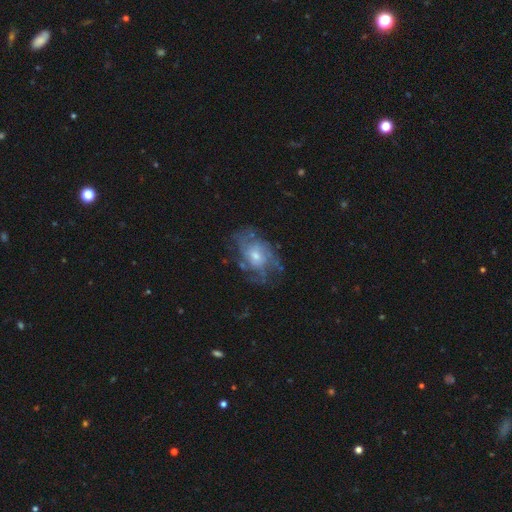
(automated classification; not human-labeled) Q: Smooth or featured?
A: featured or disk (74%); runner-up: smooth (17%)
Q: Edge-on disk?
A: no (96%); runner-up: yes (4%)
Q: Bar?
A: no (75%); runner-up: weak (21%)
Q: Spiral arms?
A: yes (80%); runner-up: no (20%)
Q: Spiral winding?
A: tight (40%); tied with: medium (40%)
Q: Spiral arm count?
A: can't tell (46%); runner-up: 4 (17%)
Q: Bulge size?
A: moderate (51%); runner-up: small (40%)
Q: Merging?
A: none (64%); runner-up: minor disturbance (20%)